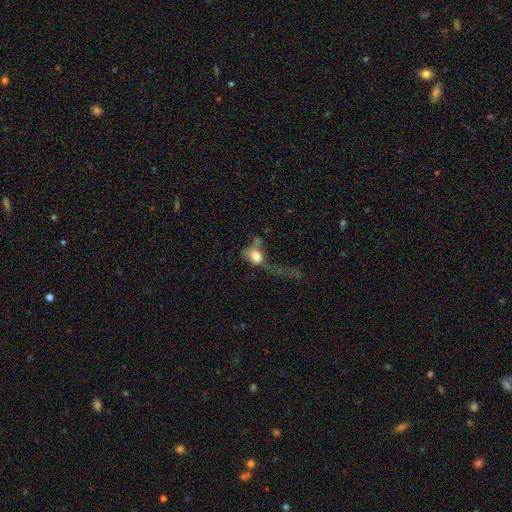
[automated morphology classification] The model was most divided on "how rounded": in between: 56%, round: 38%, cigar-shaped: 6%. More confident: smooth or featured — smooth (61%); merging — major disturbance (57%).